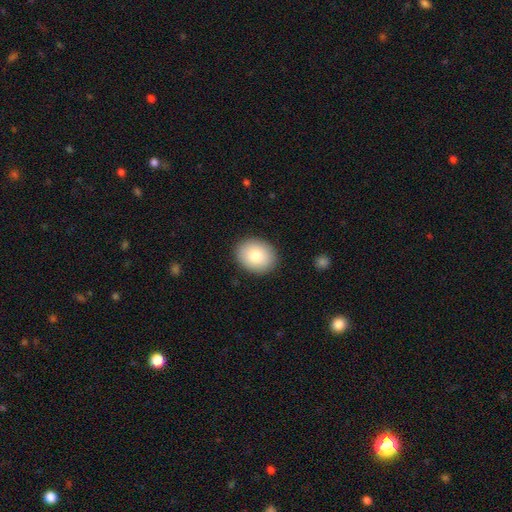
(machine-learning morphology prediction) Smooth or featured? smooth (81%)
How rounded? in between (59%)
Merging? none (89%)